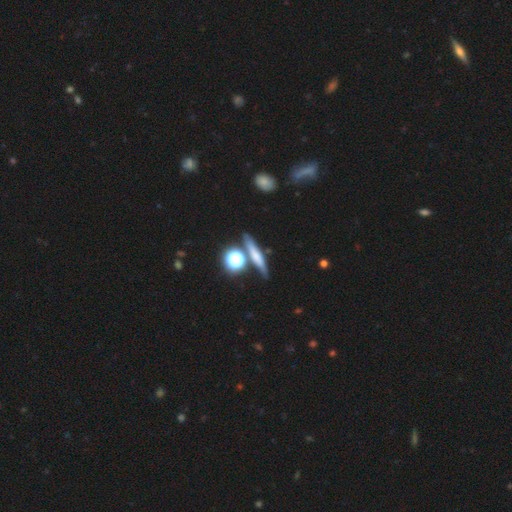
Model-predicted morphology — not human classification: type=smooth (47%); merging=none (74%).